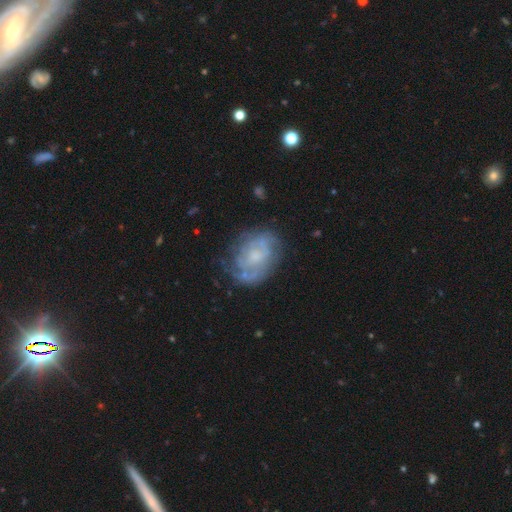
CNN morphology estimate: This appears to be a featured or disk galaxy (69%) with no bar (69%), spiral arms (68%) and a small central bulge (42%). Merging: none (63%).